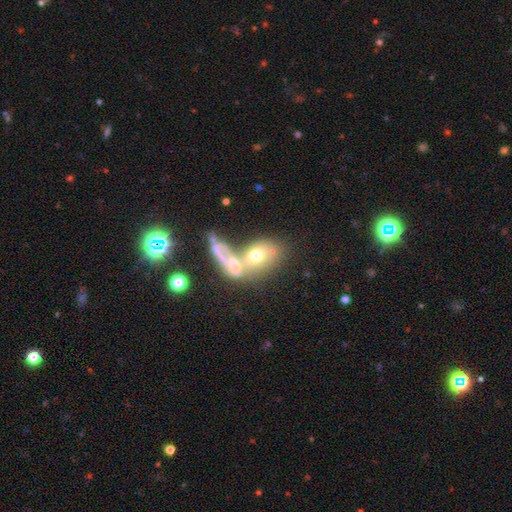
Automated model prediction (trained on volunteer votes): Overall: smooth (52%; featured or disk 36%). How rounded: in between (71%). Merging: merger (58%; none 21%).